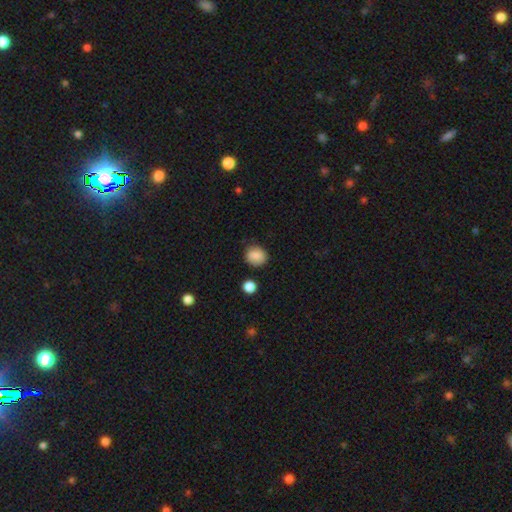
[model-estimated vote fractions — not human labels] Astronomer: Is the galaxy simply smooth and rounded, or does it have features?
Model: smooth — 85%.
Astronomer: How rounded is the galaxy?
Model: round — 78%.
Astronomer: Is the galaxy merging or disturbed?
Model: none — 80%.